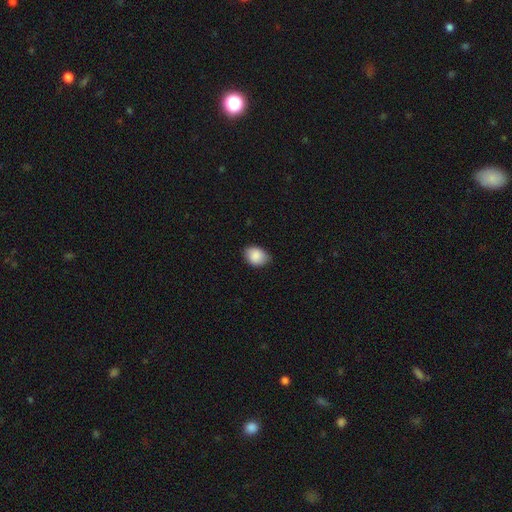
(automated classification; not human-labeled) The model was most divided on "how rounded": in between: 69%, round: 30%, cigar-shaped: 1%. More confident: smooth or featured — smooth (88%); merging — none (74%).